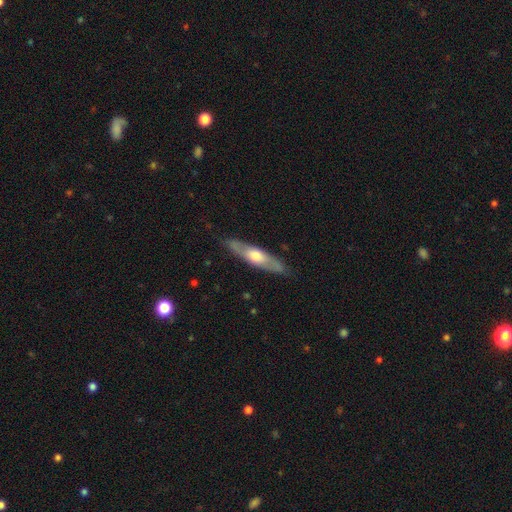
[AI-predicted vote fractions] Smooth or featured: featured or disk — 54% (smooth — 41%)
Edge-on disk: yes — 72% (no — 28%)
Merging: none — 84% (minor disturbance — 12%)